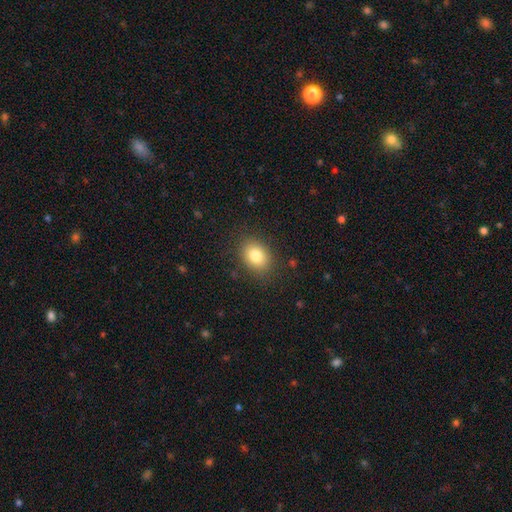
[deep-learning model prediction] A smooth galaxy with no disk features (81%) that is in between round and cigar-shaped (60%).

Vote fractions:
- Smooth or featured? smooth: 81% / star or artifact: 10% / featured or disk: 9%
- How rounded? in between: 60% / round: 39% / cigar-shaped: 1%
- Merging? none: 86% / minor disturbance: 10% / major disturbance: 3% / merger: 1%